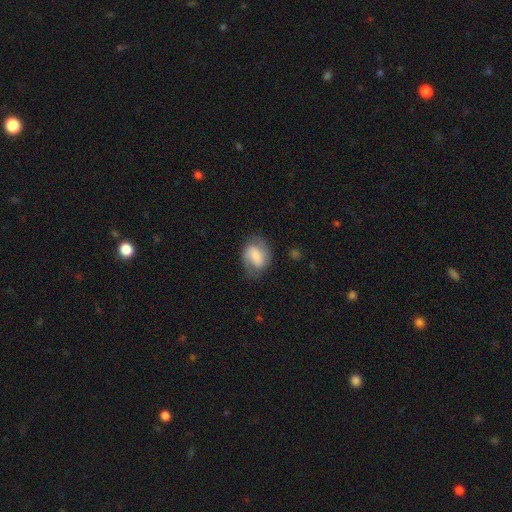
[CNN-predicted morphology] Overall: smooth (48%; featured or disk 44%). Merging: none (66%).